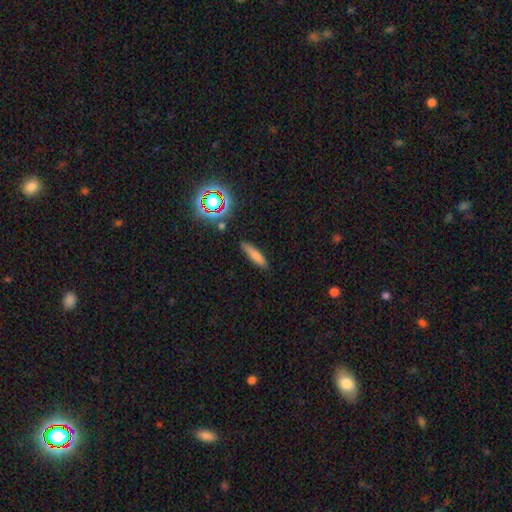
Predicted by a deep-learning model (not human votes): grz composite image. It shows a smooth galaxy with no disk features (72%) that is cigar-shaped (73%). Merging: none (83%).